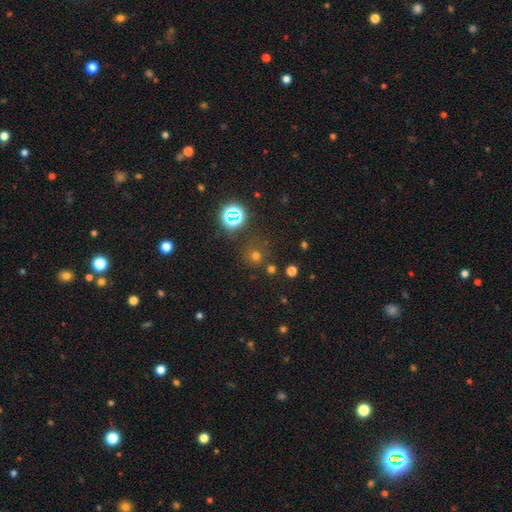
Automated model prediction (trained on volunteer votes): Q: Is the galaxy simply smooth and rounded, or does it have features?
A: smooth — 51%.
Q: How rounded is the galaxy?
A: round — 93%.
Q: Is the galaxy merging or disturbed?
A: none — 81%.